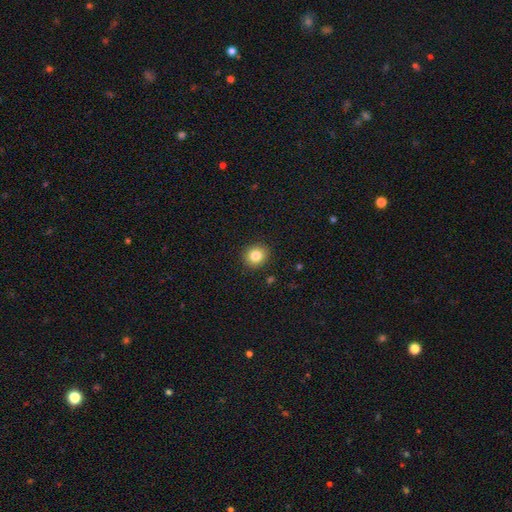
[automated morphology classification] This is clearly a smooth galaxy (83%). How rounded: clearly round (85%). Merging: clearly none (91%).